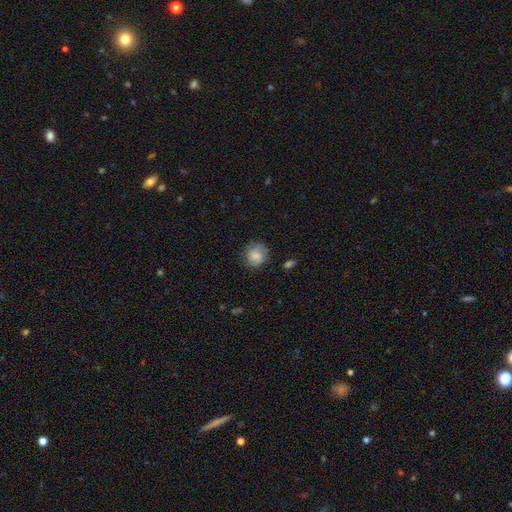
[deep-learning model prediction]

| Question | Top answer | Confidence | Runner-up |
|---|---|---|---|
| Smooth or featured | smooth | 76% | featured or disk (16%) |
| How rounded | round | 83% | in between (16%) |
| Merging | none | 72% | minor disturbance (20%) |